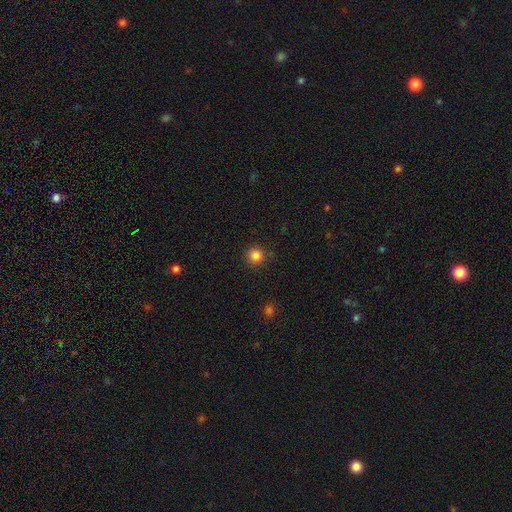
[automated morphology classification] A smooth galaxy with no disk features (85%) that is round (95%). Merging: none (88%).